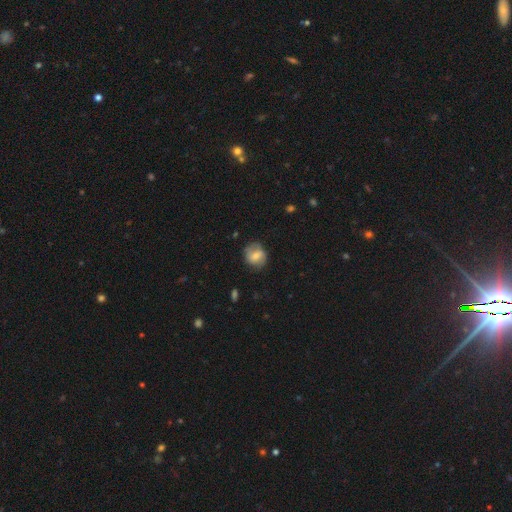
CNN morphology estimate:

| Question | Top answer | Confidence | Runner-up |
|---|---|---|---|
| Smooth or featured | smooth | 54% | featured or disk (38%) |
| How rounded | round | 74% | in between (25%) |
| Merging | none | 70% | minor disturbance (21%) |